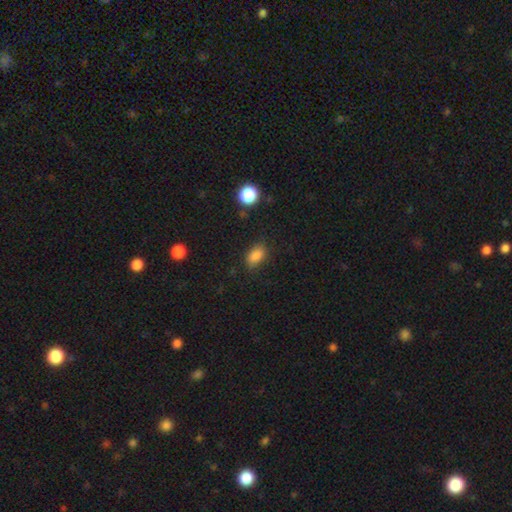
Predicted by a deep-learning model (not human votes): This appears to be a smooth galaxy with no disk features (85%) that is in between round and cigar-shaped (86%). Merging: none (80%).